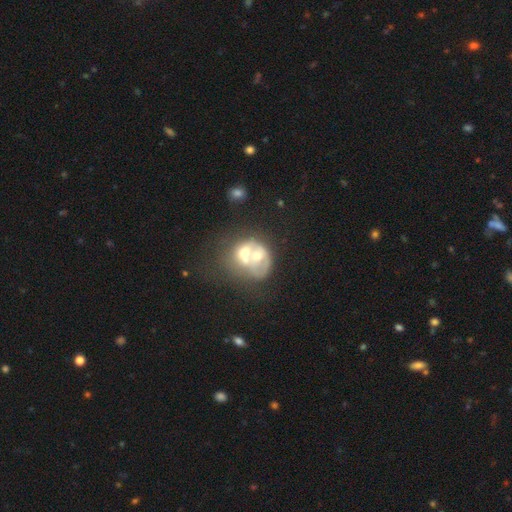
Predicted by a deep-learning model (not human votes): The model was most divided on "smooth or featured": featured or disk: 55%, smooth: 35%, star or artifact: 10%. More confident: edge-on disk — no (97%); bar — no (89%); spiral arms — no (85%); merging — merger (70%); bulge size — moderate (65%).